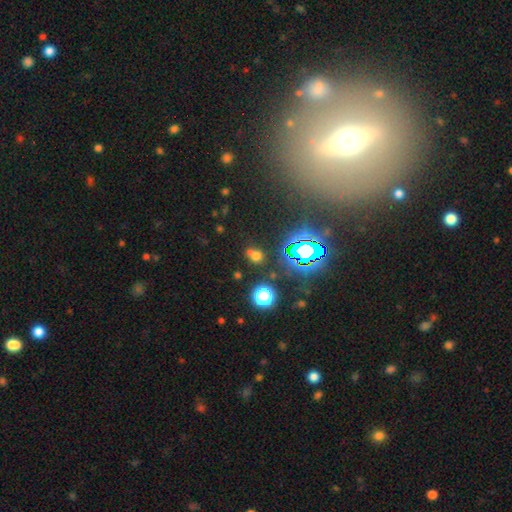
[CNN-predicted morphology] This appears to be a smooth galaxy with no disk features (53%) that is round (64%). Merging: none (60%).